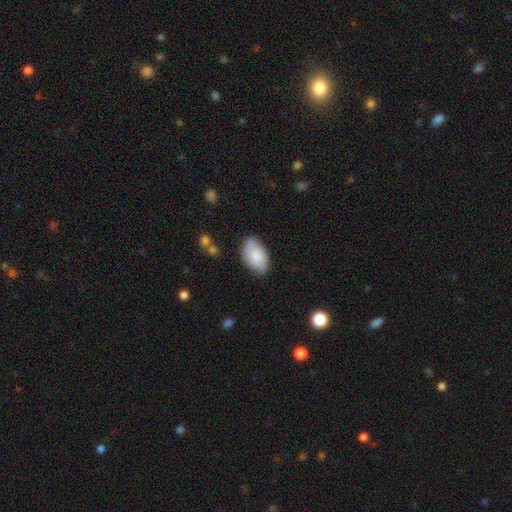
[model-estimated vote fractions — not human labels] Smooth or featured?
  - smooth: 80% *
  - featured or disk: 14%
  - star or artifact: 6%
How rounded?
  - in between: 94% *
  - round: 4%
  - cigar-shaped: 1%
Merging?
  - none: 77% *
  - minor disturbance: 18%
  - major disturbance: 3%
  - merger: 2%